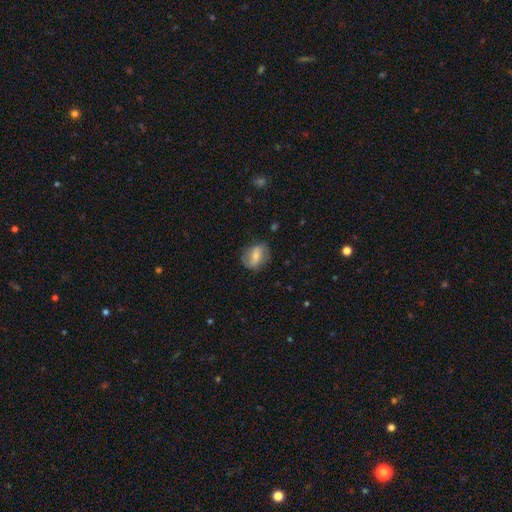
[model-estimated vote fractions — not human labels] smooth_or_featured: smooth (p=0.53) [alt: featured or disk p=0.39]
how_rounded: in between (p=0.67) [alt: round p=0.31]
merging: none (p=0.68) [alt: minor disturbance p=0.22]